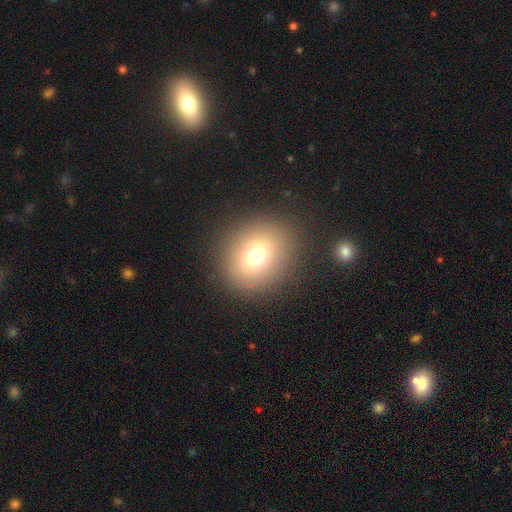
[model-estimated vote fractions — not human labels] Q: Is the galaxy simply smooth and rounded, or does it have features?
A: smooth — 71%.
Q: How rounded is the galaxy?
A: round — 74%.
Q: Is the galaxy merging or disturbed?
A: none — 87%.